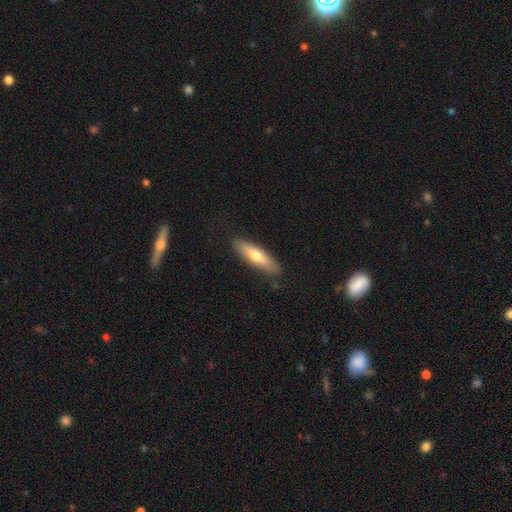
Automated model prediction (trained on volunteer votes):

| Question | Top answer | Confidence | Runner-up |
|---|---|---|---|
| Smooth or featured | smooth | 66% | featured or disk (28%) |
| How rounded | cigar-shaped | 71% | in between (28%) |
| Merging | none | 85% | minor disturbance (11%) |